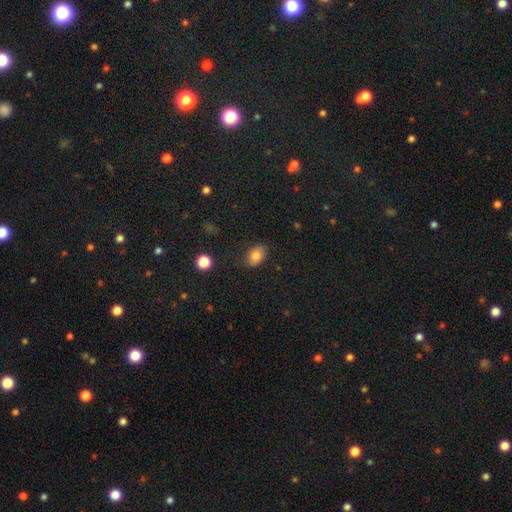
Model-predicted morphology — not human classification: The model was most divided on "how rounded": in between: 78%, round: 21%, cigar-shaped: 1%. More confident: merging — none (82%); smooth or featured — smooth (81%).